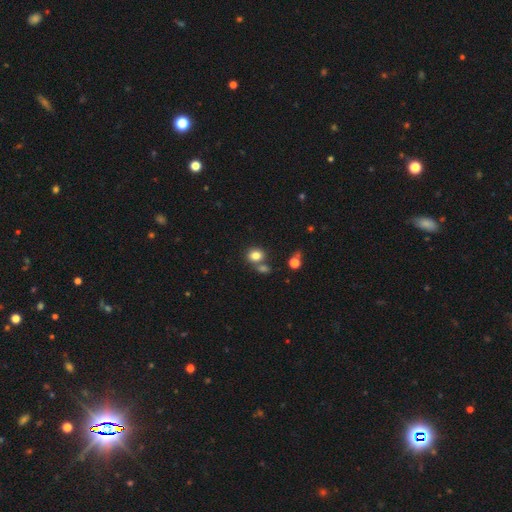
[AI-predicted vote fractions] Smooth or featured? Predicted: smooth (p=0.81). How rounded? Predicted: round (p=0.63). Merging? Predicted: none (p=0.57).